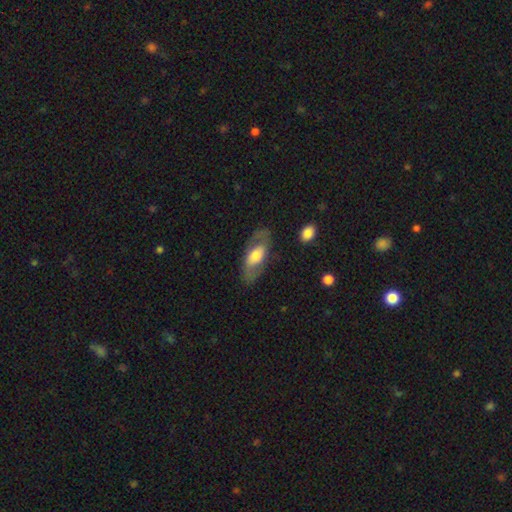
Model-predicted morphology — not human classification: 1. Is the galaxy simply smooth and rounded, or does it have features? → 54% featured or disk, 40% smooth, 6% star or artifact.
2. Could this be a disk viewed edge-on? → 80% no, 20% yes.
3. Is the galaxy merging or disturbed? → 75% none, 15% minor disturbance, 8% major disturbance, 2% merger.